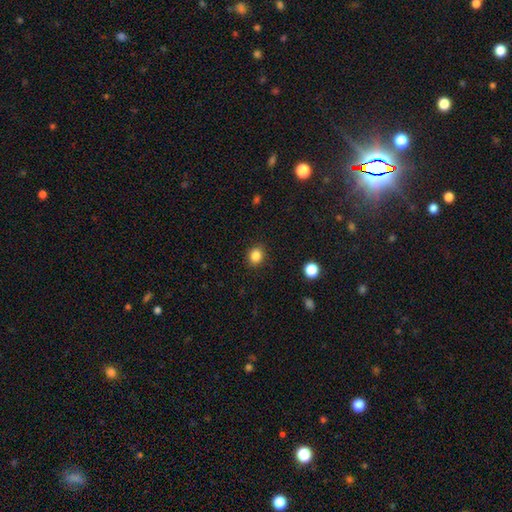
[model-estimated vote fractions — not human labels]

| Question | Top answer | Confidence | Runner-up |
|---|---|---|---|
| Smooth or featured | smooth | 85% | star or artifact (11%) |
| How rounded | round | 71% | in between (28%) |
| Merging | none | 90% | minor disturbance (7%) |